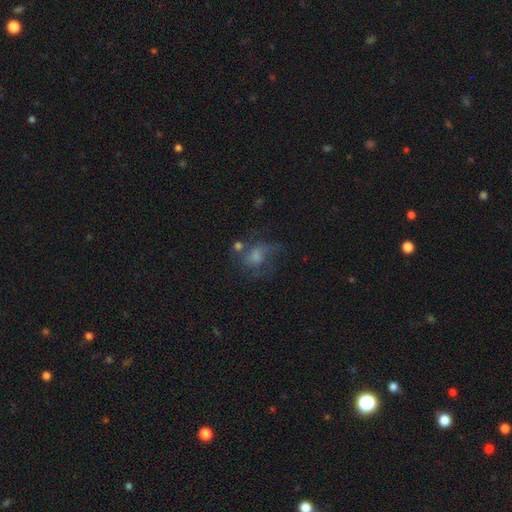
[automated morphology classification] The model was most divided on "smooth or featured": featured or disk: 45%, smooth: 34%, star or artifact: 21%. Remaining: merging — none (47%).